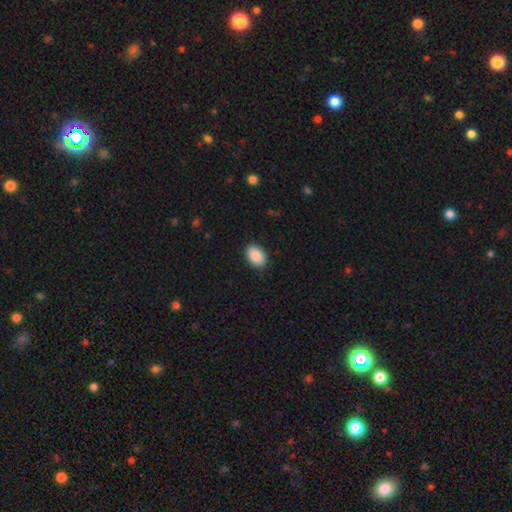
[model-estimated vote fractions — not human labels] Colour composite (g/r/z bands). It shows a smooth galaxy with no disk features (90%) that is in between round and cigar-shaped (90%). Merging: none (88%).